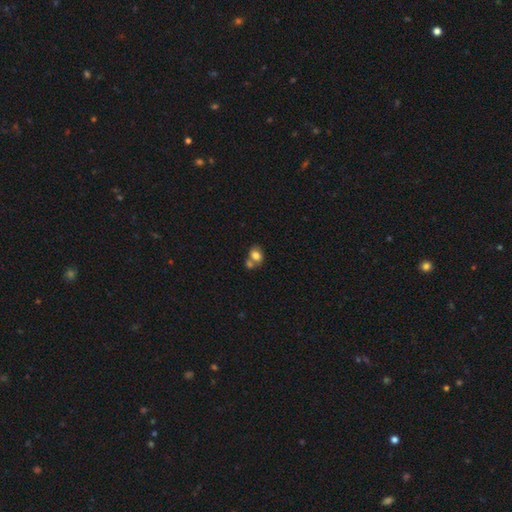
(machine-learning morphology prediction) A smooth galaxy with no disk features (80%) that is in between round and cigar-shaped (60%). Merging: merger (43%).